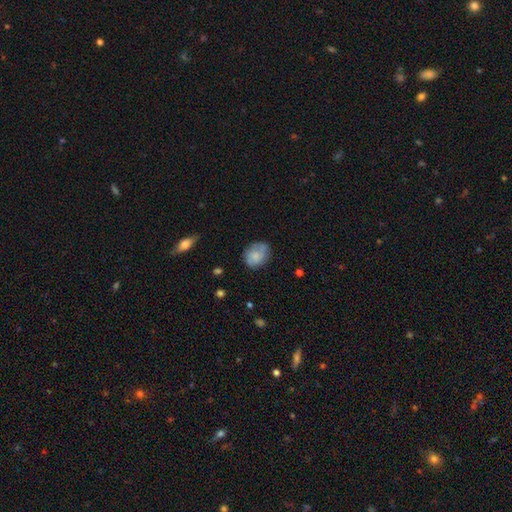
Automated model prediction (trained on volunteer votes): Smooth or featured? Predicted: smooth (p=0.73). How rounded? Predicted: in between (p=0.51). Merging? Predicted: none (p=0.62).